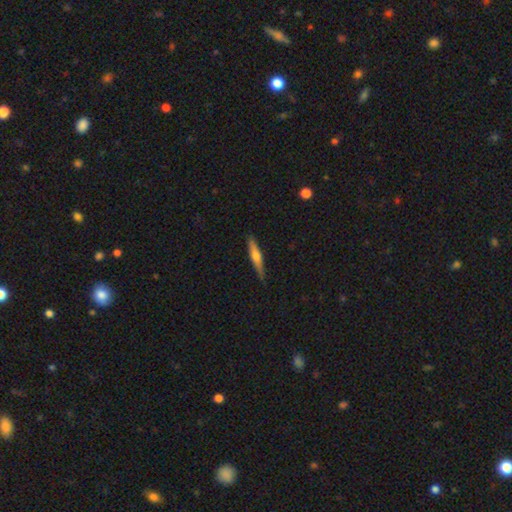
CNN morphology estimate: A featured or disk galaxy (48%). Merging: none (86%).